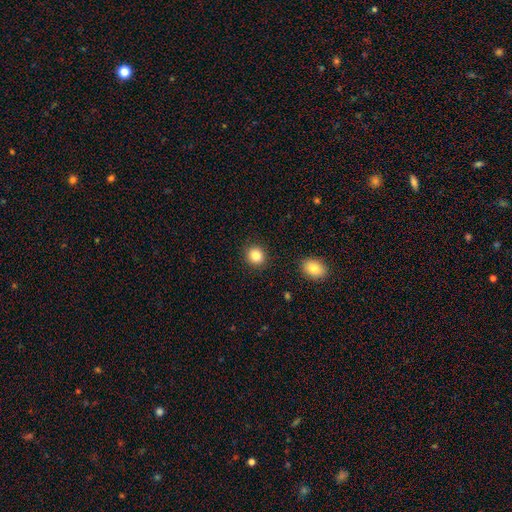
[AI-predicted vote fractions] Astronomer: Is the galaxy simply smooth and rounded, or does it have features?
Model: smooth — 85%.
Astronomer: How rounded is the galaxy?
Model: round — 80%.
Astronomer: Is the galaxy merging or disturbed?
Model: none — 90%.